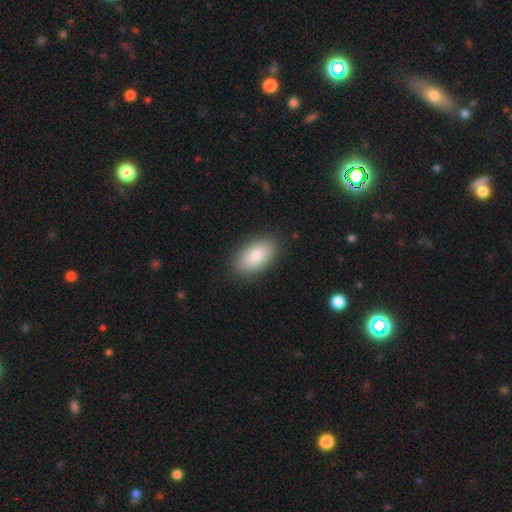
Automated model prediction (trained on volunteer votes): Smooth or featured: smooth — 82% (featured or disk — 12%)
How rounded: in between — 93% (round — 4%)
Merging: none — 87% (minor disturbance — 9%)